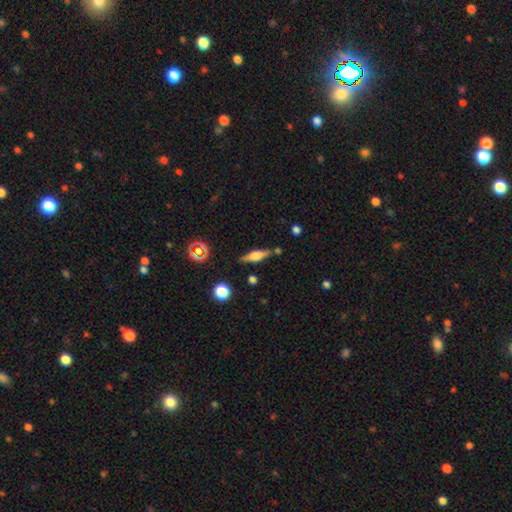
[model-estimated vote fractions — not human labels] The model was most divided on "smooth or featured": featured or disk: 56%, smooth: 35%, star or artifact: 9%. More confident: edge-on disk — yes (95%); merging — none (80%); edge-on bulge — rounded (79%).